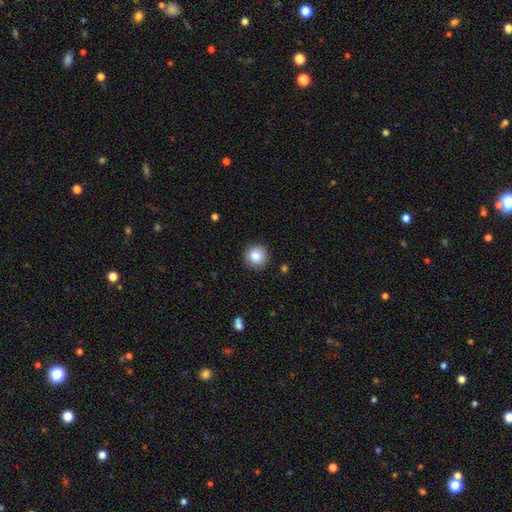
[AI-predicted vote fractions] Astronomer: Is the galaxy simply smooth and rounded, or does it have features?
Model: smooth — 84%.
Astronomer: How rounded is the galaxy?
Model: round — 94%.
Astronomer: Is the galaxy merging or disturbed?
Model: none — 91%.